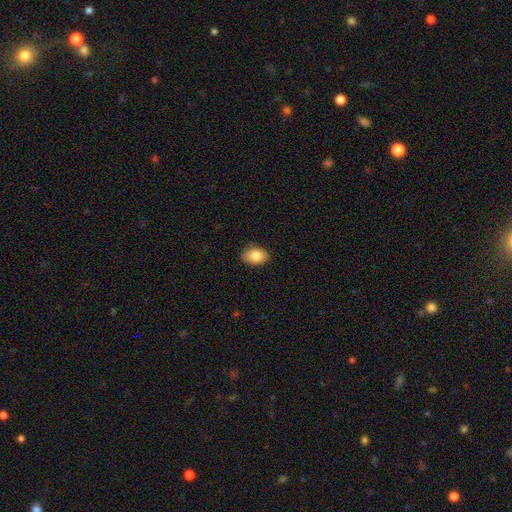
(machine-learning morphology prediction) This appears to be a smooth galaxy with no disk features (86%) that is in between round and cigar-shaped (86%). Merging: none (86%).